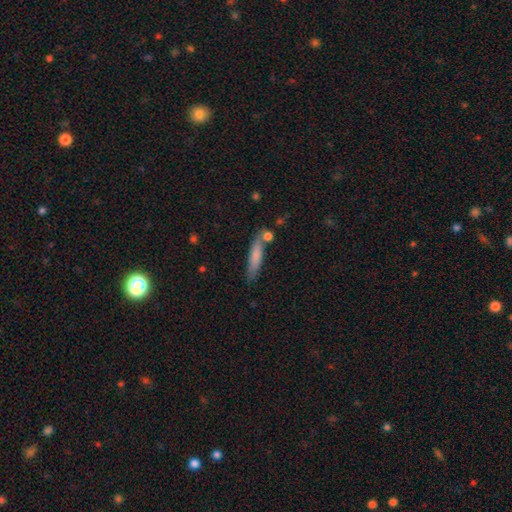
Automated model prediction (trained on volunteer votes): Smooth or featured? smooth (74%)
How rounded? cigar-shaped (85%)
Merging? none (68%)